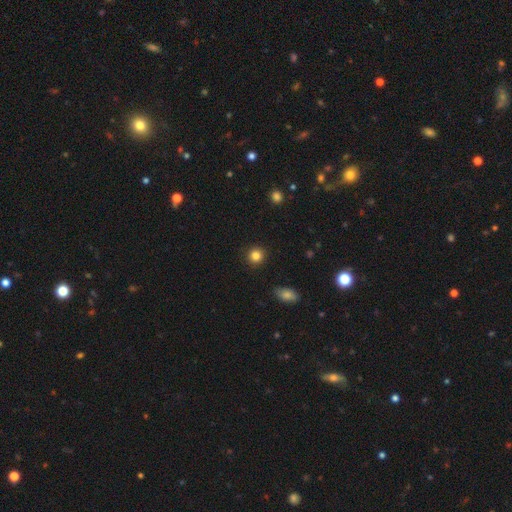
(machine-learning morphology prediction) smooth 85%, star or artifact 11%, featured or disk 5%. Down the decision tree: how rounded — round (92%); merging — none (91%).